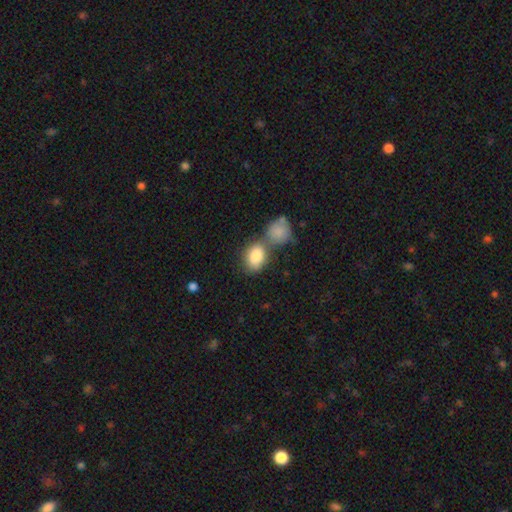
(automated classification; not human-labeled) Smooth or featured: smooth — 85% (featured or disk — 8%)
How rounded: in between — 73% (round — 25%)
Merging: merger — 48% (none — 36%)